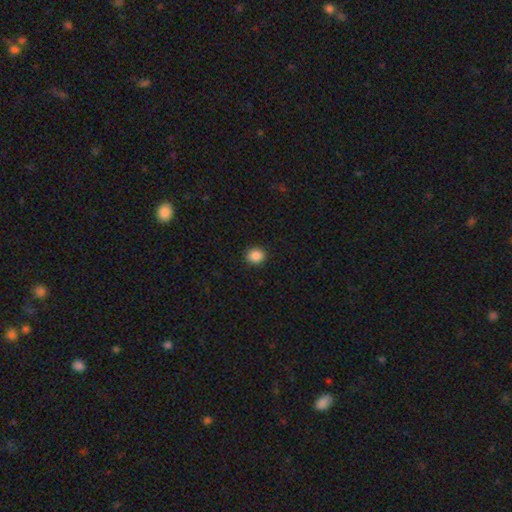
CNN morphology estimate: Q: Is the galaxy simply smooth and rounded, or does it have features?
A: smooth — 88%.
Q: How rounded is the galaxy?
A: round — 78%.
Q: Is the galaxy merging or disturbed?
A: none — 92%.